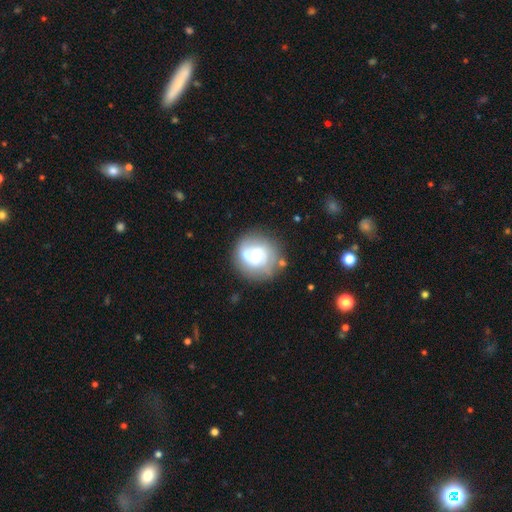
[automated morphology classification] featured or disk 67%, smooth 27%, star or artifact 6%. Down the decision tree: edge-on disk — no (98%); bar — no (72%); spiral arms — yes (80%); spiral arm count — 2 (47%); spiral winding — tight (53%); bulge size — moderate (53%); merging — none (69%).